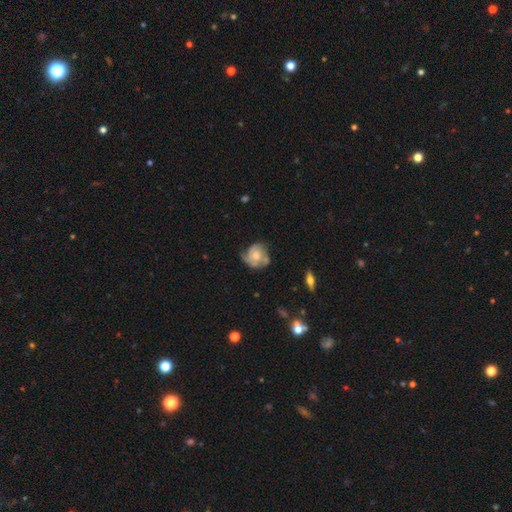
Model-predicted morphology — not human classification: Smooth or featured: featured or disk — 60% (smooth — 33%)
Edge-on disk: no — 97% (yes — 3%)
Bar: no — 79% (weak — 18%)
Spiral arms: yes — 75% (no — 25%)
Bulge size: moderate — 57% (small — 30%)
Merging: none — 51% (minor disturbance — 29%)